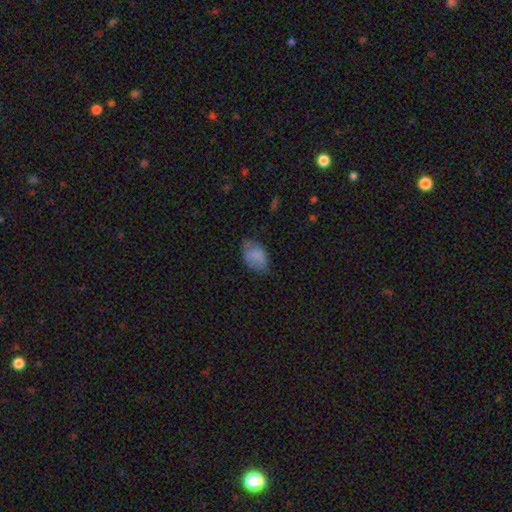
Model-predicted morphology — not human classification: A smooth galaxy with no disk features (81%) that is in between round and cigar-shaped (87%).

Vote fractions:
- Smooth or featured? smooth: 81% / featured or disk: 11% / star or artifact: 9%
- How rounded? in between: 87% / round: 11% / cigar-shaped: 1%
- Merging? none: 59% / minor disturbance: 30% / major disturbance: 8% / merger: 2%